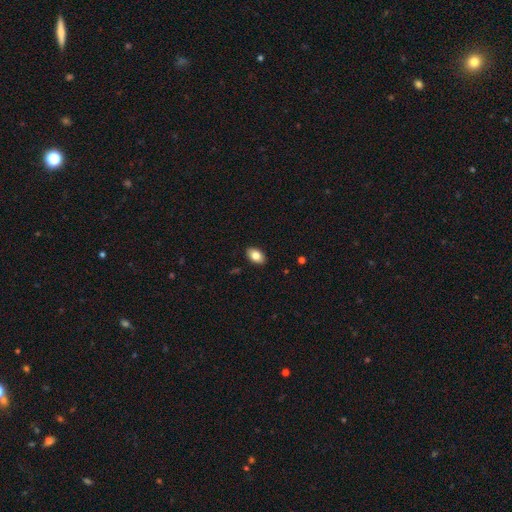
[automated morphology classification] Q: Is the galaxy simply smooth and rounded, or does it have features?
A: smooth — 81%.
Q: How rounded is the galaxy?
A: in between — 91%.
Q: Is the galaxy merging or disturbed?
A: none — 90%.